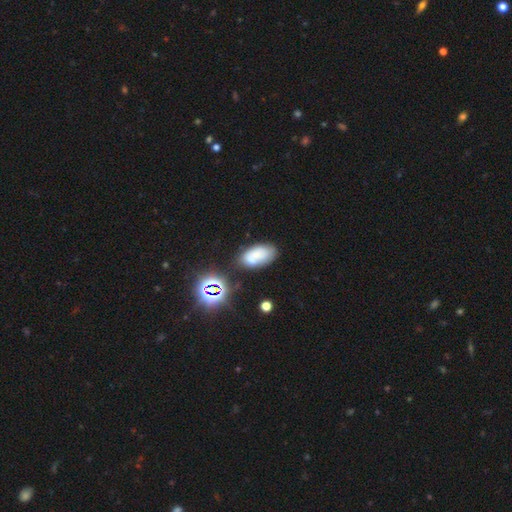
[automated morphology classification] Smooth or featured? Predicted: smooth (p=0.63). How rounded? Predicted: in between (p=0.92). Merging? Predicted: none (p=0.60).